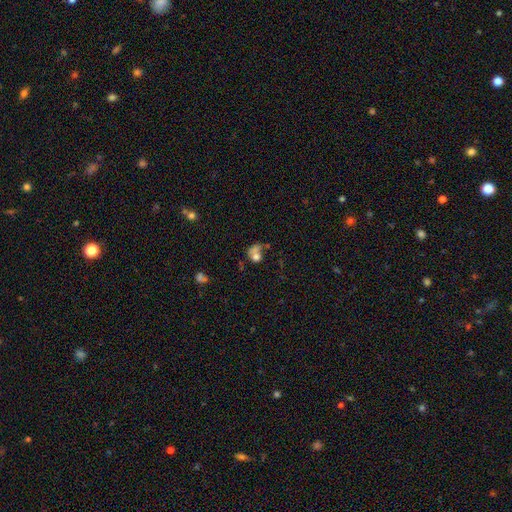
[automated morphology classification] Q: Smooth or featured?
A: smooth (63%); runner-up: featured or disk (21%)
Q: How rounded?
A: round (55%); runner-up: in between (43%)
Q: Merging?
A: merger (37%); runner-up: none (26%)